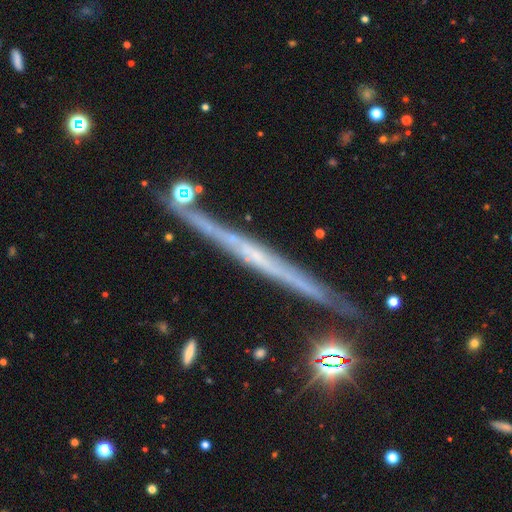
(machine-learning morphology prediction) featured or disk 75%, smooth 17%, star or artifact 9%. Down the decision tree: edge-on disk — yes (97%); edge-on bulge — none (76%); merging — none (86%).